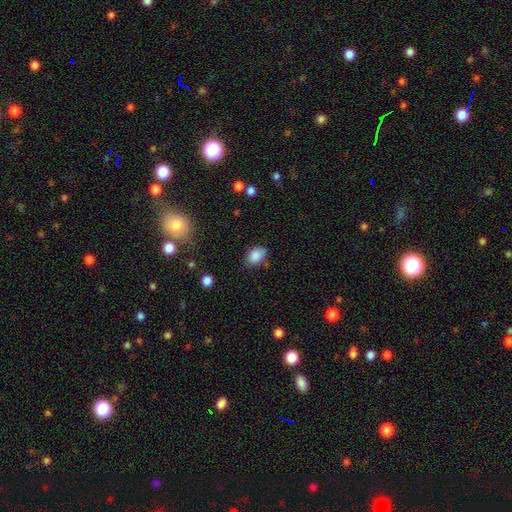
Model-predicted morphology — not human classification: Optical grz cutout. It shows a smooth galaxy with no disk features (86%) that is in between round and cigar-shaped (82%). Merging: none (72%).